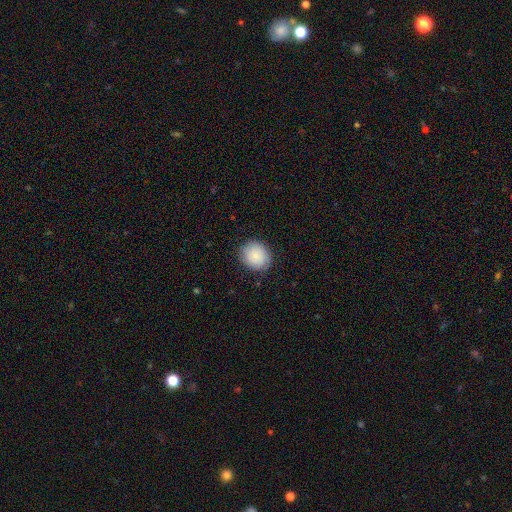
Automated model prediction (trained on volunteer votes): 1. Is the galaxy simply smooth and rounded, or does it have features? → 80% smooth, 12% featured or disk, 8% star or artifact.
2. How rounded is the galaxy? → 78% round, 21% in between, 1% cigar-shaped.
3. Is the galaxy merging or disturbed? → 83% none, 13% minor disturbance, 3% major disturbance, 1% merger.